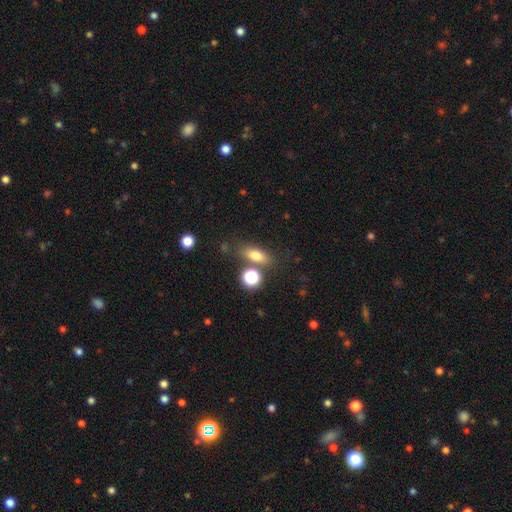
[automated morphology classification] A smooth galaxy with no disk features (74%) that is in between round and cigar-shaped (67%). Merging: none (69%).